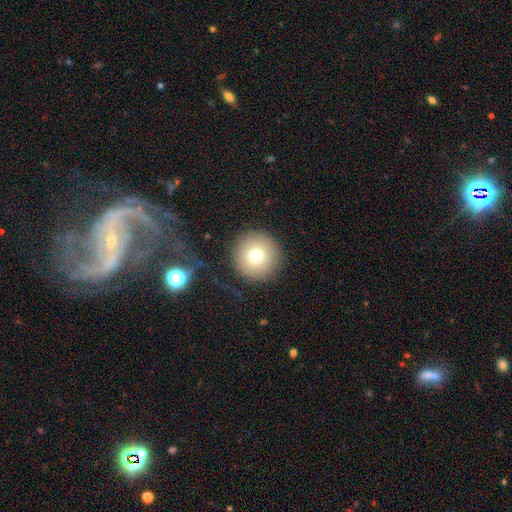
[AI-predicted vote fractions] A smooth galaxy with no disk features (74%) that is round (96%).

Vote fractions:
- Smooth or featured? smooth: 74% / featured or disk: 14% / star or artifact: 12%
- How rounded? round: 96% / in between: 3% / cigar-shaped: 1%
- Merging? none: 86% / minor disturbance: 7% / major disturbance: 5% / merger: 2%